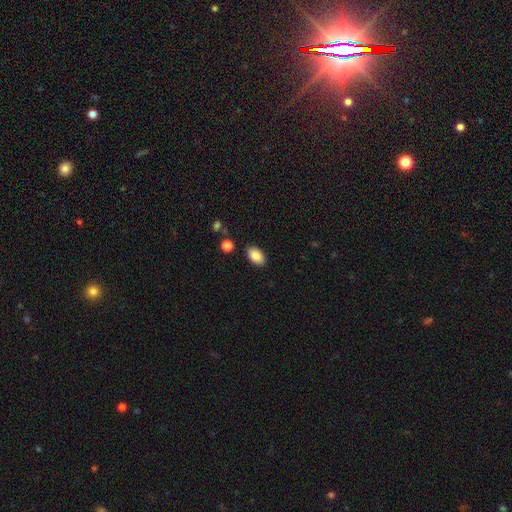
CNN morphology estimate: Smooth or featured: smooth — 87% (star or artifact — 7%)
How rounded: in between — 92% (round — 7%)
Merging: none — 87% (minor disturbance — 9%)